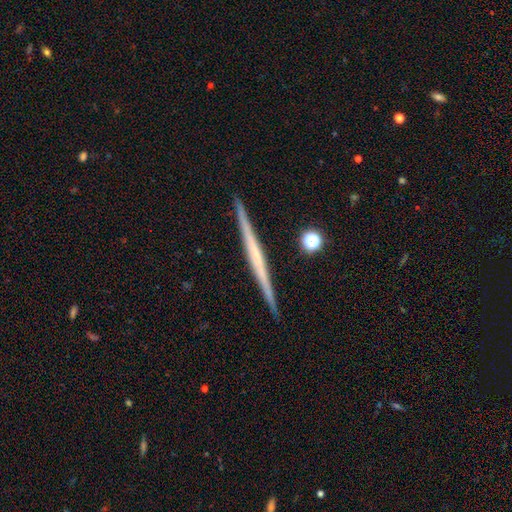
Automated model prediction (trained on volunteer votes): The model was most divided on "smooth or featured": featured or disk: 67%, smooth: 27%, star or artifact: 6%. More confident: edge-on disk — yes (98%); merging — none (92%); edge-on bulge — none (79%).